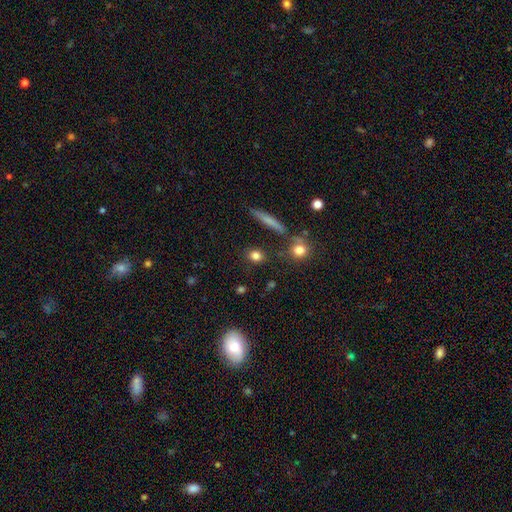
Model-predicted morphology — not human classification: This appears to be a smooth galaxy with no disk features (81%) that is round (64%). Merging: none (81%).